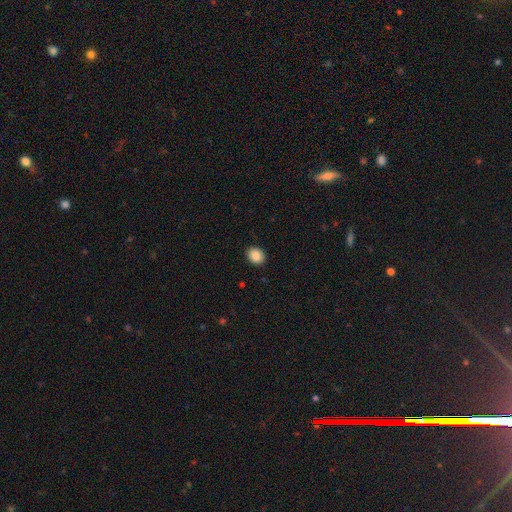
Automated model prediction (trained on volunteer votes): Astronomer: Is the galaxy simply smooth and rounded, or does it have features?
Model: smooth — 89%.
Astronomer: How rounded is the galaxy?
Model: round — 52% (runner-up: in between, 47%).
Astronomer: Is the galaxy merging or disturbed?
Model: none — 91%.